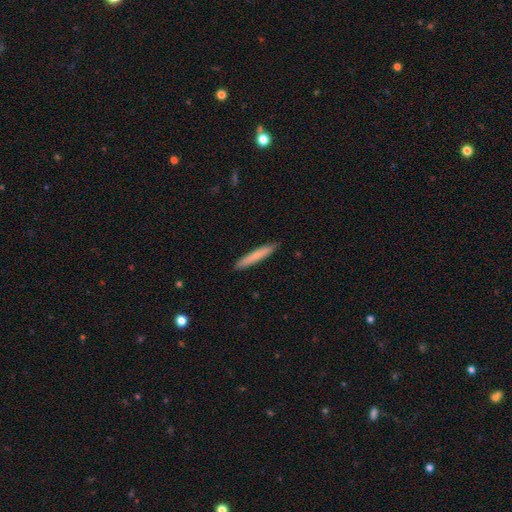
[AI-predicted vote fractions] Overall: smooth (76%). How rounded: cigar-shaped (95%). Merging: none (90%).